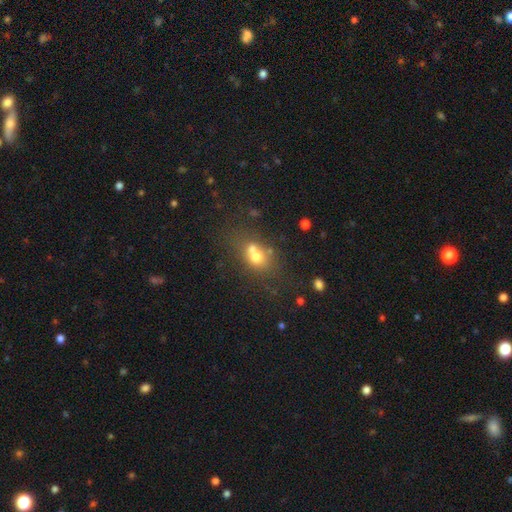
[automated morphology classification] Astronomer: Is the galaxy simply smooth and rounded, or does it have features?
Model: smooth — 59%.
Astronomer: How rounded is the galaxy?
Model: round — 51% (runner-up: in between, 46%).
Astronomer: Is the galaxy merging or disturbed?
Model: merger — 47% (runner-up: none, 37%).